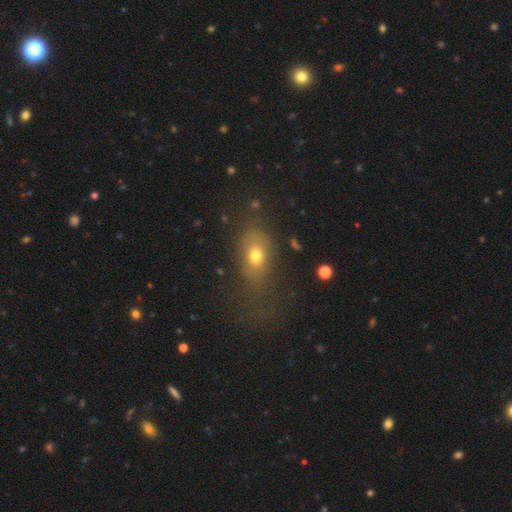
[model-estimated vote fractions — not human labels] smooth-or-featured: smooth: 65% | featured or disk: 20% | star or artifact: 15%
  how-rounded: in between: 72% | round: 21% | cigar-shaped: 7%
  merging: none: 46% | major disturbance: 27% | minor disturbance: 23% | merger: 4%